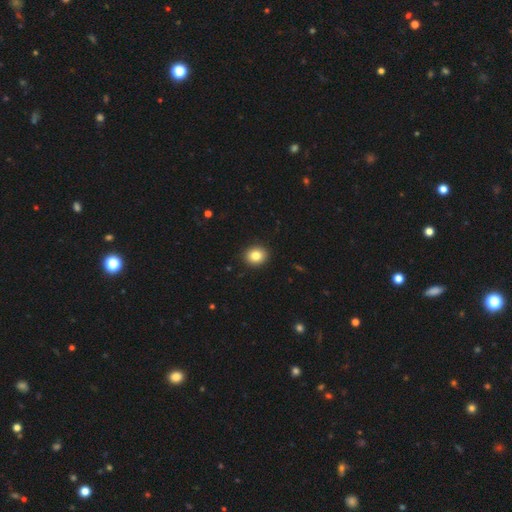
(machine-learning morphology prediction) type=smooth (84%); roundness=round (69%); merging=none (92%).